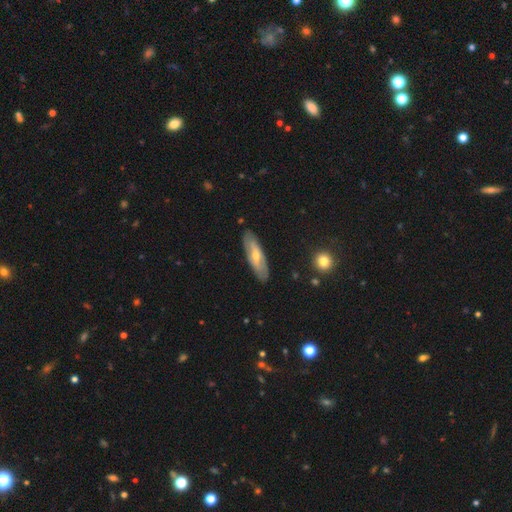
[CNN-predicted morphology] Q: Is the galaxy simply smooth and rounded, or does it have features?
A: featured or disk — 55%.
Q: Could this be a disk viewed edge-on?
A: no — 65%.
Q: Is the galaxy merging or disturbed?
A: none — 86%.